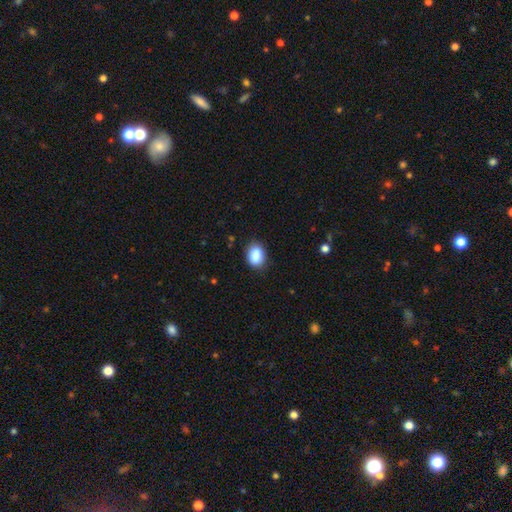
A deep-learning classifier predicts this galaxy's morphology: A smooth galaxy with no disk features (88%) that is in between round and cigar-shaped (75%). Merging: none (82%).